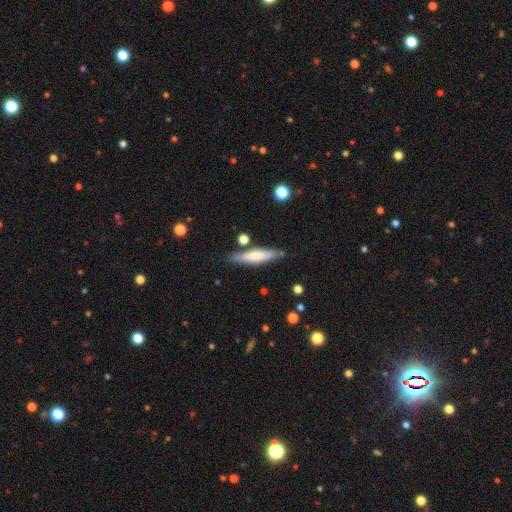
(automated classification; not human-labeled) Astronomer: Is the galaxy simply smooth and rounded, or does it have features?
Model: smooth — 64%.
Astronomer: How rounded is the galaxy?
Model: cigar-shaped — 82%.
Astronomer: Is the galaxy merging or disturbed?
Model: none — 80%.